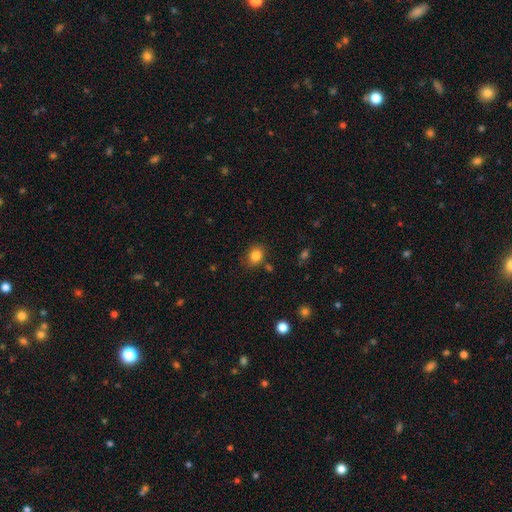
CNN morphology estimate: Q: Smooth or featured?
A: smooth (83%); runner-up: star or artifact (11%)
Q: How rounded?
A: round (60%); runner-up: in between (39%)
Q: Merging?
A: none (79%); runner-up: minor disturbance (13%)